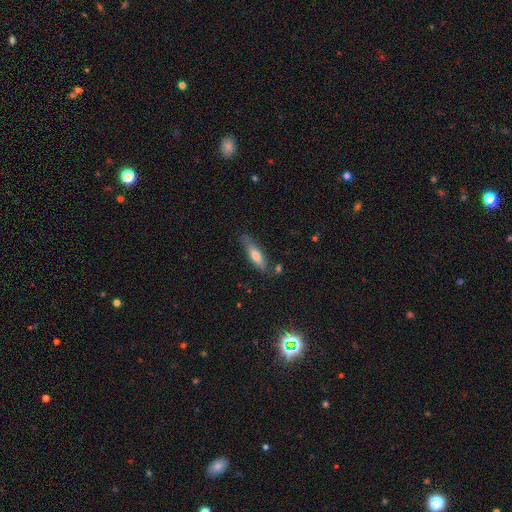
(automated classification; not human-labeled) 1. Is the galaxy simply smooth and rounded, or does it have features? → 61% smooth, 32% featured or disk, 7% star or artifact.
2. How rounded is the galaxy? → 69% cigar-shaped, 29% in between, 2% round.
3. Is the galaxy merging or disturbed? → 71% none, 20% minor disturbance, 4% major disturbance, 4% merger.